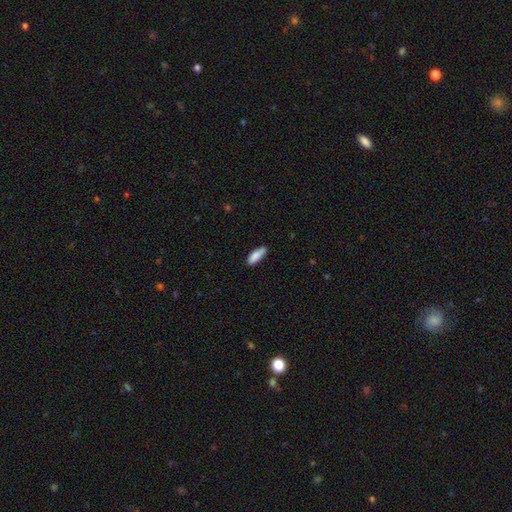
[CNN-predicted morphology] smooth 86%, featured or disk 8%, star or artifact 6%. Down the decision tree: how rounded — in between (60%); merging — none (78%).